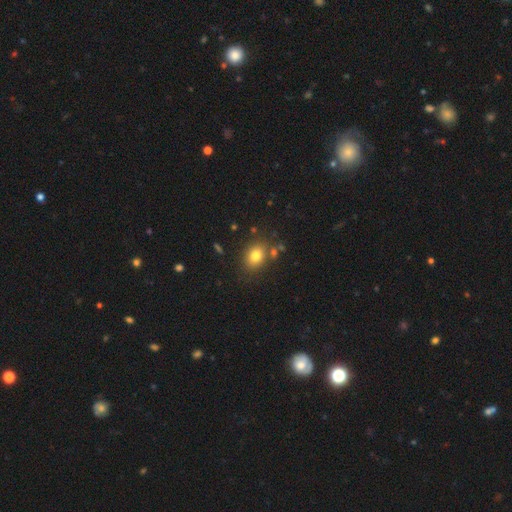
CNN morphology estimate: This appears to be a smooth galaxy with no disk features (78%) that is in between round and cigar-shaped (55%). Merging: none (79%).